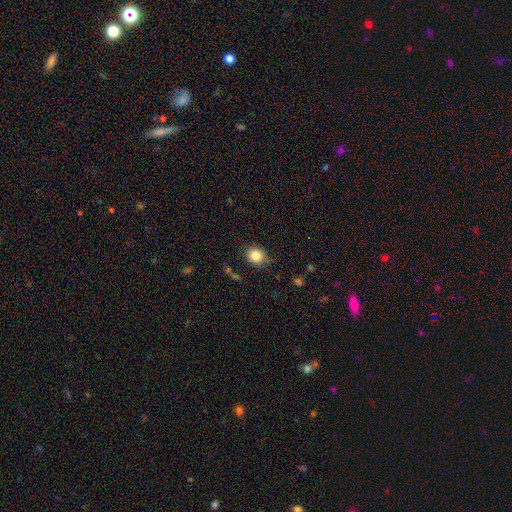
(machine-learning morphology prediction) This is clearly a smooth galaxy (84%). How rounded: likely round (73%). Merging: clearly none (82%).